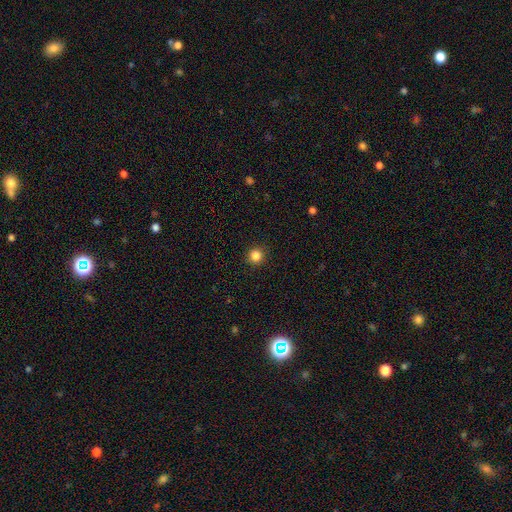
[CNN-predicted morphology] The model was most divided on "smooth or featured": smooth: 85%, star or artifact: 12%, featured or disk: 3%. More confident: how rounded — round (94%); merging — none (92%).